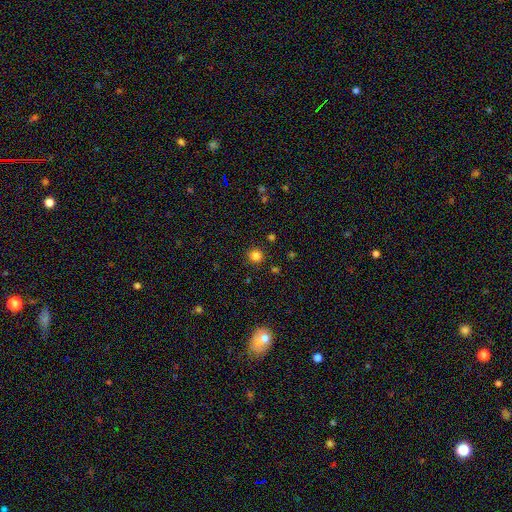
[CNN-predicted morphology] Smooth or featured? smooth (83%)
How rounded? round (93%)
Merging? none (90%)